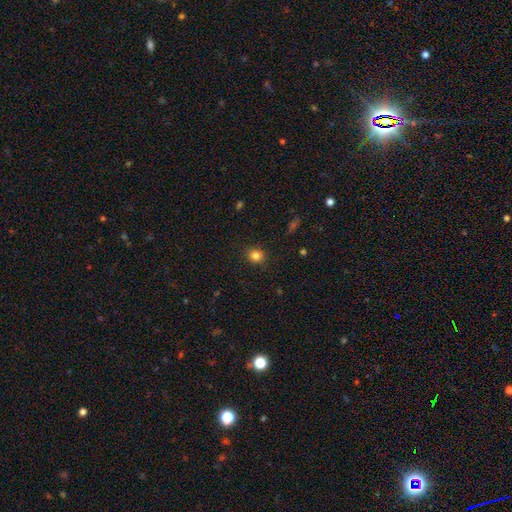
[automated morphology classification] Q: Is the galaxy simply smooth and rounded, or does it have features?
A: smooth — 82%.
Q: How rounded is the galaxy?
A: round — 76%.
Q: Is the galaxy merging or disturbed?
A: none — 88%.